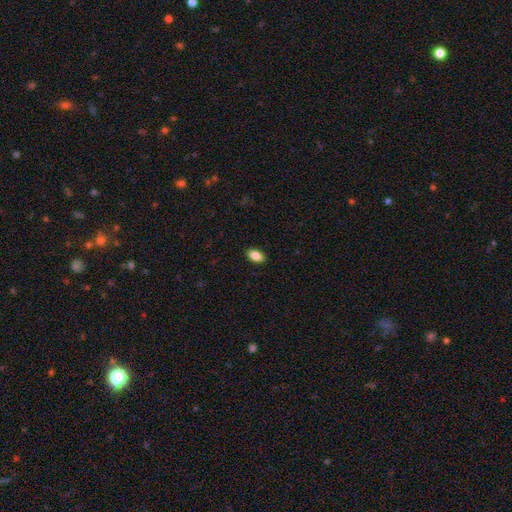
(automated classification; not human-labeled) smooth 87%, star or artifact 8%, featured or disk 5%. Down the decision tree: how rounded — in between (91%); merging — none (89%).